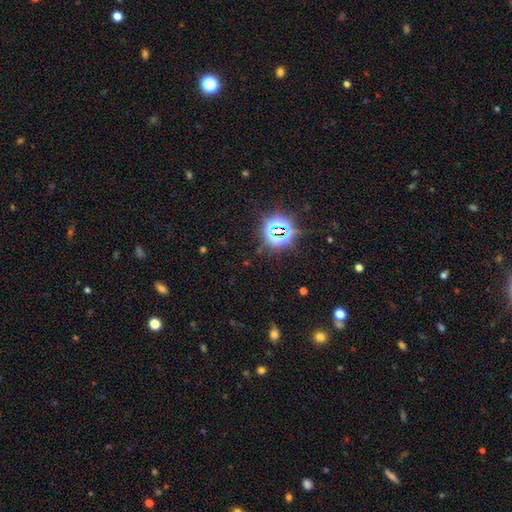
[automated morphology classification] Smooth or featured? star or artifact (78%)